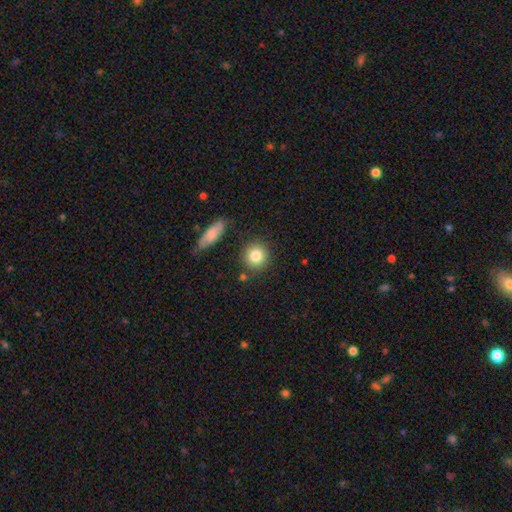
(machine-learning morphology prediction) This appears to be a smooth galaxy with no disk features (83%) that is round (88%). Merging: none (81%).